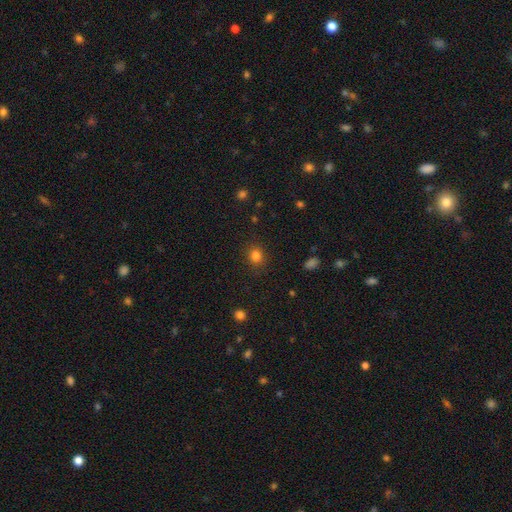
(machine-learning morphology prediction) A smooth galaxy with no disk features (82%) that is round (77%). Merging: none (88%).